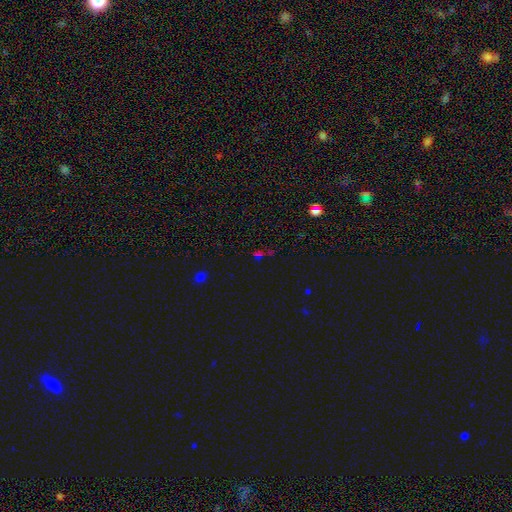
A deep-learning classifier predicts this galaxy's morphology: A star or artifact, not a galaxy (57%).

Vote fractions:
- Smooth or featured? star or artifact: 57% / smooth: 34% / featured or disk: 9%